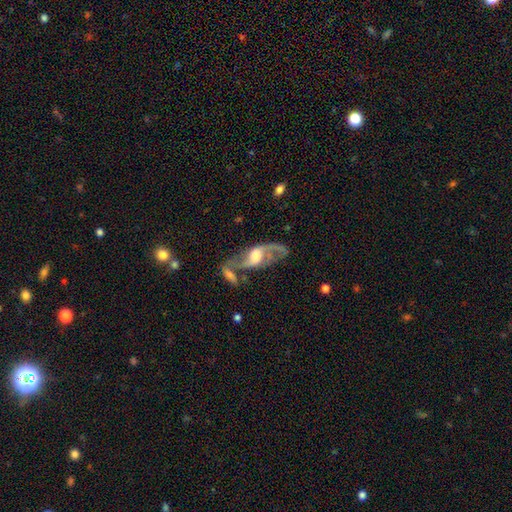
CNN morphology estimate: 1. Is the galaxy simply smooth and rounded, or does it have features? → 82% featured or disk, 11% smooth, 6% star or artifact.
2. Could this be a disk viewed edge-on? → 90% no, 10% yes.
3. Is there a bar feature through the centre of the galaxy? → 44% weak, 40% no, 16% strong.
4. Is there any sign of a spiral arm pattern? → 92% yes, 8% no.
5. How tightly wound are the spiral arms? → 61% loose, 32% medium, 7% tight.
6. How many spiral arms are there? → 88% 2, 4% can't tell, 4% 1, 1% 3, 1% 4, 1% more than 4.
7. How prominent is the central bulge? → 41% moderate, 37% large, 12% small, 7% none, 3% dominant.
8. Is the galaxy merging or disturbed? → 45% none, 23% merger, 17% minor disturbance, 15% major disturbance.